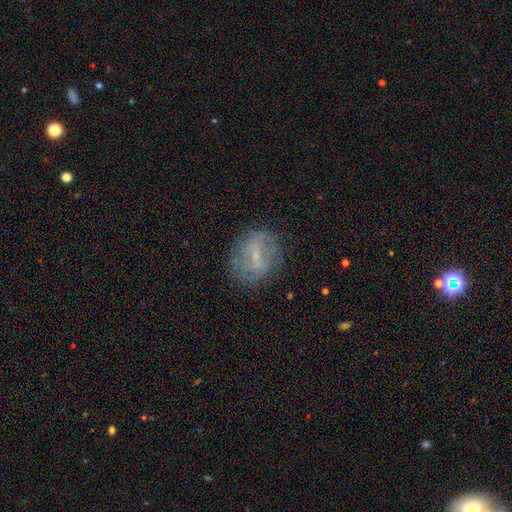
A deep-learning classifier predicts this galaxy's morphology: Smooth or featured? featured or disk (51%)
Edge-on disk? no (94%)
Merging? none (73%)